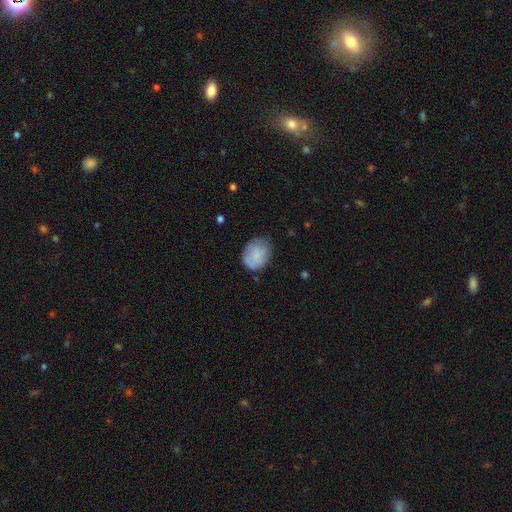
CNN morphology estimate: The model was most divided on "how rounded": in between: 60%, round: 39%, cigar-shaped: 1%. More confident: smooth or featured — smooth (78%); merging — none (66%).